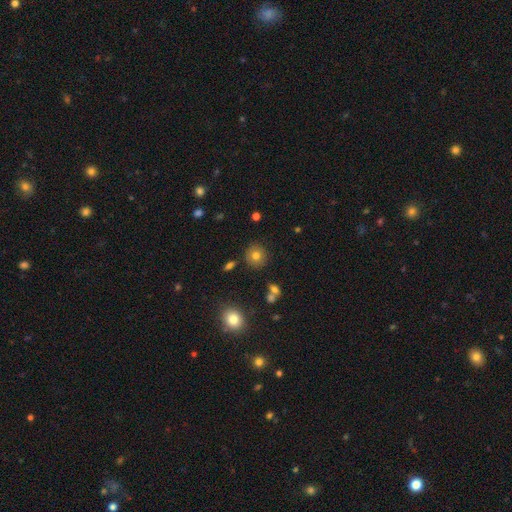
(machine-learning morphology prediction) smooth-or-featured: smooth: 75% | featured or disk: 13% | star or artifact: 12%
  how-rounded: round: 89% | in between: 10% | cigar-shaped: 1%
  merging: none: 85% | minor disturbance: 9% | merger: 3% | major disturbance: 3%